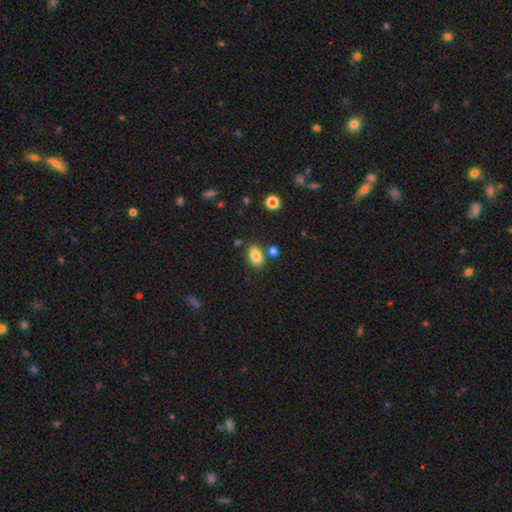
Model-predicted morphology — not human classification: A smooth galaxy with no disk features (83%) that is in between round and cigar-shaped (87%).

Vote fractions:
- Smooth or featured? smooth: 83% / star or artifact: 9% / featured or disk: 8%
- How rounded? in between: 87% / round: 11% / cigar-shaped: 2%
- Merging? none: 77% / minor disturbance: 12% / merger: 9% / major disturbance: 3%